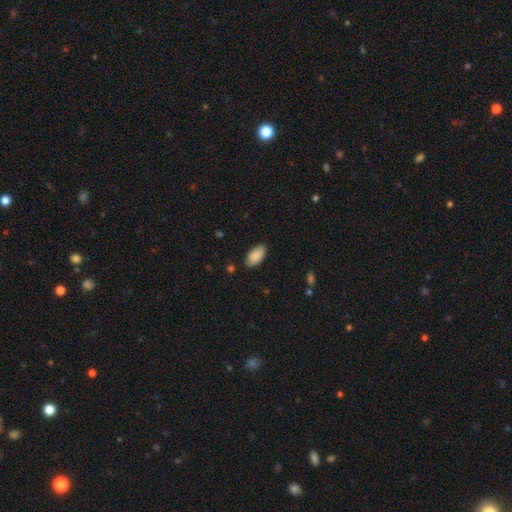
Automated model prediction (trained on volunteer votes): This appears to be a smooth galaxy with no disk features (89%) that is in between round and cigar-shaped (95%). Merging: none (84%).